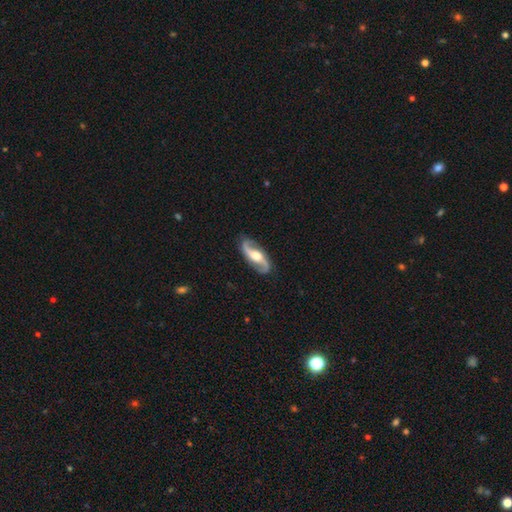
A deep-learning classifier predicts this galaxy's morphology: Smooth or featured? featured or disk (90%)
Edge-on disk? no (95%)
Bar? weak (37%, tied with no)
Spiral arms? yes (97%)
Spiral winding? loose (51%)
Spiral arm count? 2 (94%)
Bulge size? moderate (63%)
Merging? none (85%)